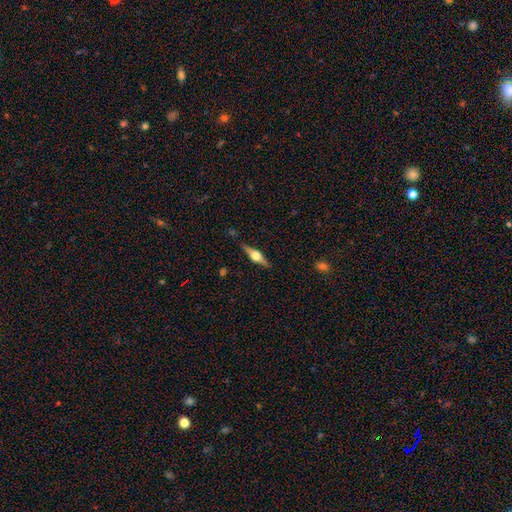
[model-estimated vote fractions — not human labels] Smooth or featured: featured or disk — 76% (smooth — 18%)
Edge-on disk: yes — 97% (no — 3%)
Edge-on bulge: rounded — 94% (boxy — 5%)
Merging: none — 87% (minor disturbance — 9%)